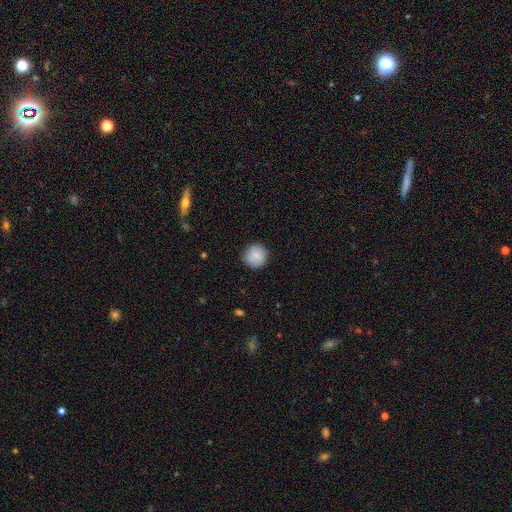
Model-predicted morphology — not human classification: The model was most divided on "smooth or featured": smooth: 85%, featured or disk: 8%, star or artifact: 7%. More confident: how rounded — round (94%); merging — none (88%).